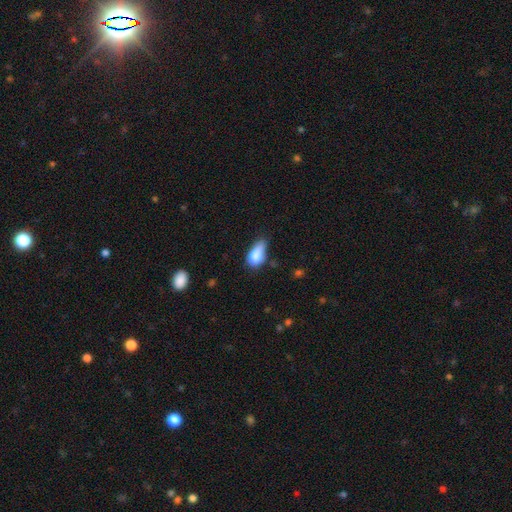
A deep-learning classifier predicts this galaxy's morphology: smooth-or-featured: smooth: 80% | featured or disk: 11% | star or artifact: 9%
  how-rounded: in between: 86% | round: 9% | cigar-shaped: 5%
  merging: minor disturbance: 45% | none: 31% | major disturbance: 18% | merger: 7%